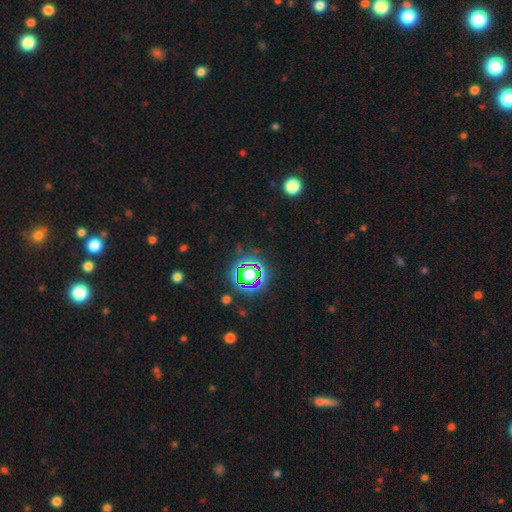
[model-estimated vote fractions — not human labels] This is likely a star or artifact rather than a galaxy (76%).